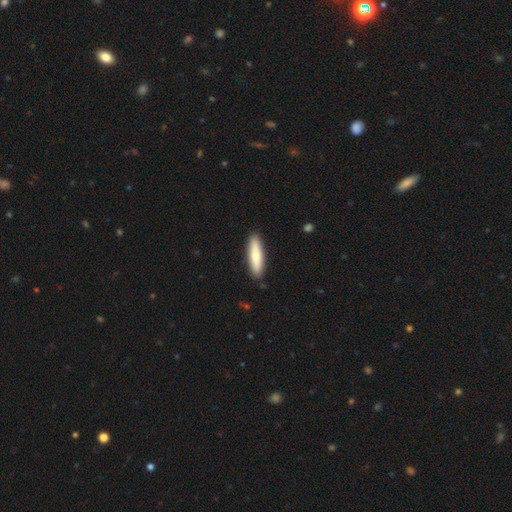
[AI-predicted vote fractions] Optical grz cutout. It shows a smooth galaxy with no disk features (74%) that is cigar-shaped (72%). Merging: none (90%).